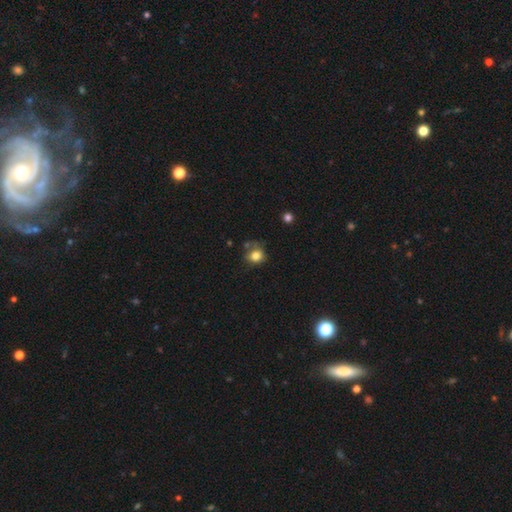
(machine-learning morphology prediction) The model was most divided on "merging": none: 59%, minor disturbance: 24%, major disturbance: 9%, merger: 8%. More confident: smooth or featured — smooth (81%); how rounded — round (75%).